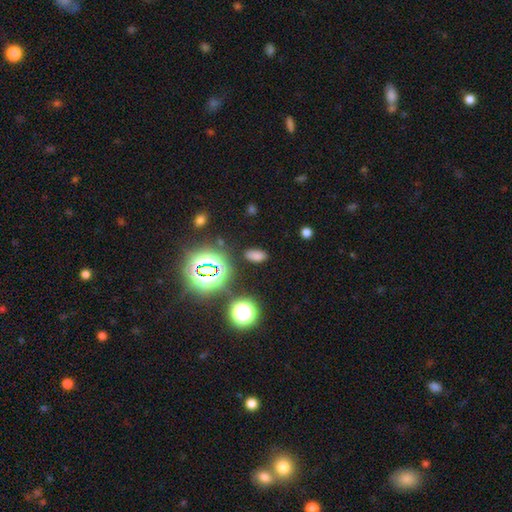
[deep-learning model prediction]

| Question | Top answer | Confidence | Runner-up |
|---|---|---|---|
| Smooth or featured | smooth | 65% | star or artifact (29%) |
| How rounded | in between | 88% | round (8%) |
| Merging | none | 84% | minor disturbance (10%) |